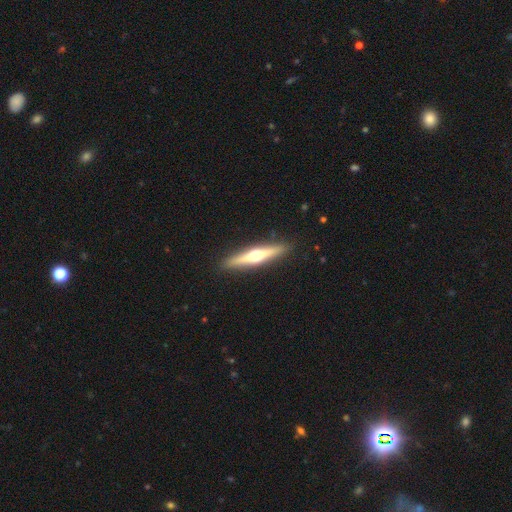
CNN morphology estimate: This is likely a featured or disk galaxy (65%). It is clearly viewed edge-on (97%). Edge-on bulge: clearly rounded (94%). Merging: clearly none (91%).